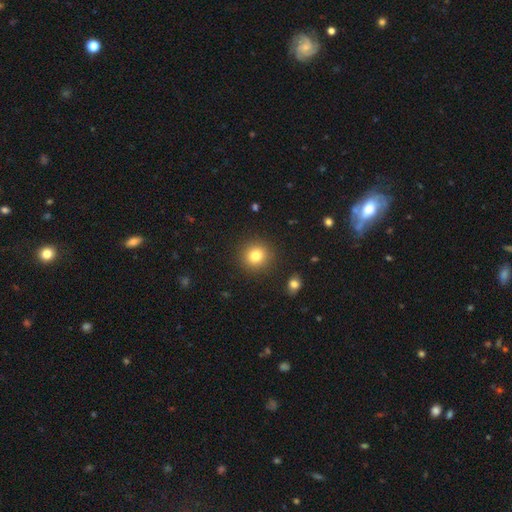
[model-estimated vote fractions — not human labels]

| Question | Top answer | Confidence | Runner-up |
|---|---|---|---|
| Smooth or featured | smooth | 80% | star or artifact (12%) |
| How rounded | round | 92% | in between (7%) |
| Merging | none | 90% | minor disturbance (6%) |